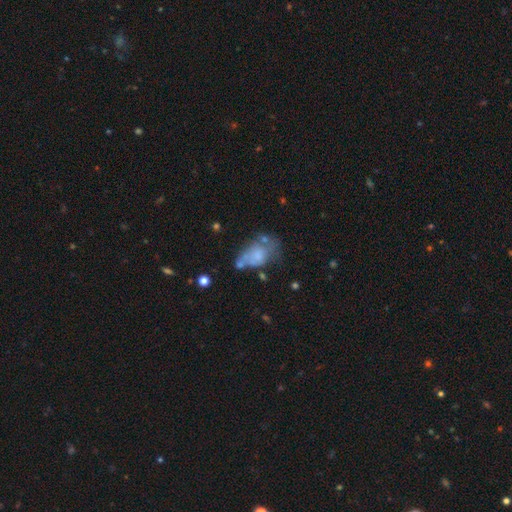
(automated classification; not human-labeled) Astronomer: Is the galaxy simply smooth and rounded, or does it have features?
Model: smooth — 52% (runner-up: featured or disk, 37%).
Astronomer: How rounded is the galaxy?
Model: in between — 86%.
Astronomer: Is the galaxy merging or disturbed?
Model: none — 30% (runner-up: minor disturbance, 26%).